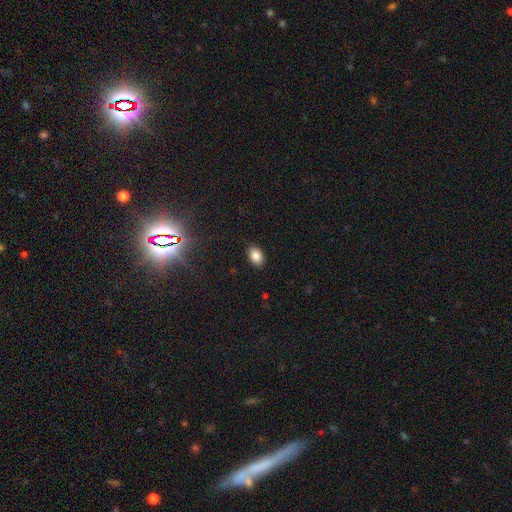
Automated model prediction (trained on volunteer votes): This is clearly a smooth galaxy (85%). How rounded: clearly in between (84%). Merging: clearly none (88%).